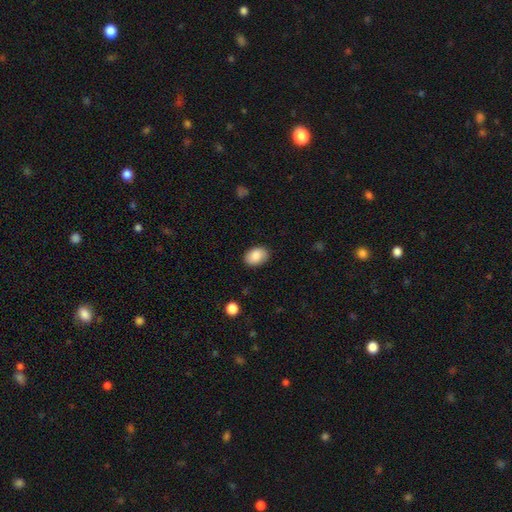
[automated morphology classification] The model was most divided on "how rounded": in between: 85%, round: 14%, cigar-shaped: 1%. More confident: merging — none (88%); smooth or featured — smooth (87%).